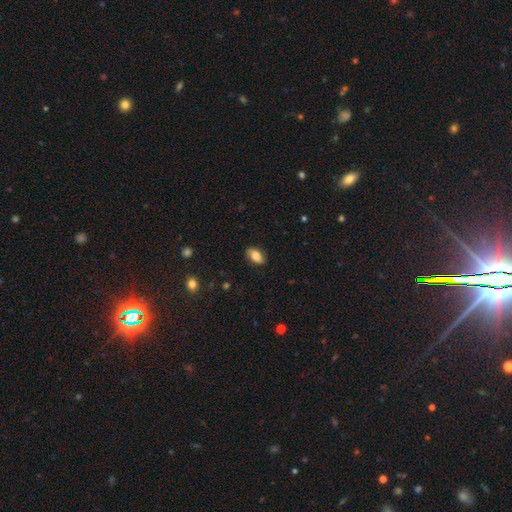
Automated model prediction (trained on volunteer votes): smooth-or-featured: smooth: 77% | featured or disk: 15% | star or artifact: 8%
  how-rounded: in between: 91% | round: 7% | cigar-shaped: 3%
  merging: none: 85% | minor disturbance: 11% | major disturbance: 3% | merger: 1%